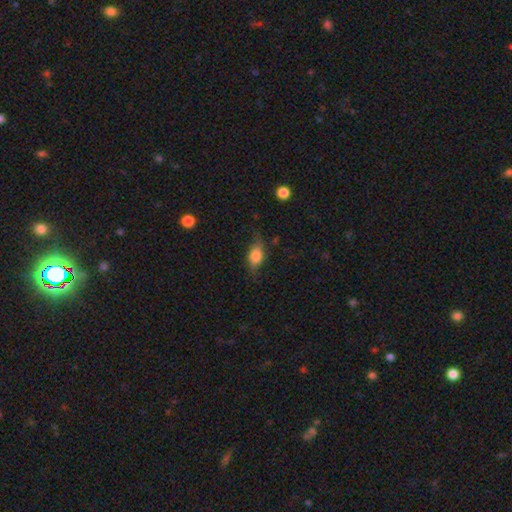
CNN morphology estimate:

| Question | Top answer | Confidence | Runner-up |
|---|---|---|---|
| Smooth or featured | smooth | 70% | featured or disk (21%) |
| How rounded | in between | 80% | cigar-shaped (11%) |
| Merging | none | 68% | minor disturbance (23%) |